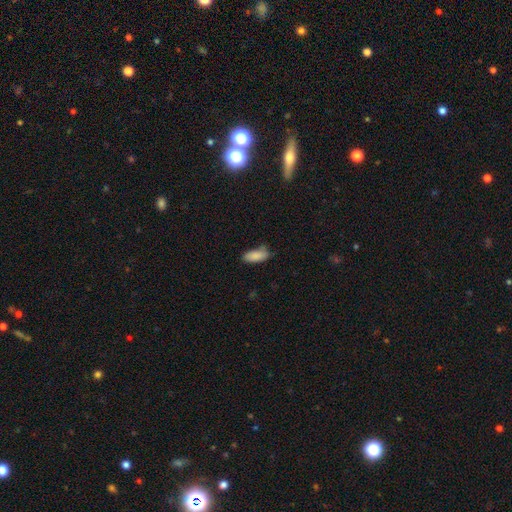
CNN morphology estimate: smooth_or_featured: smooth (p=0.87) [alt: star or artifact p=0.07]
how_rounded: in between (p=0.83) [alt: cigar-shaped p=0.15]
merging: none (p=0.66) [alt: minor disturbance p=0.26]